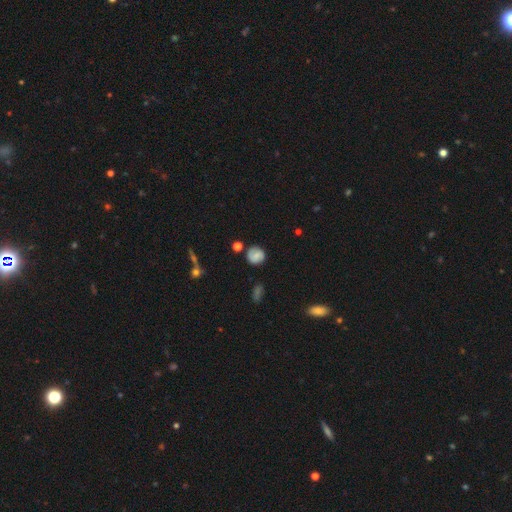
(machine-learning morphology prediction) Smooth or featured: smooth — 60% (featured or disk — 29%)
How rounded: round — 81% (in between — 18%)
Merging: none — 76% (minor disturbance — 15%)